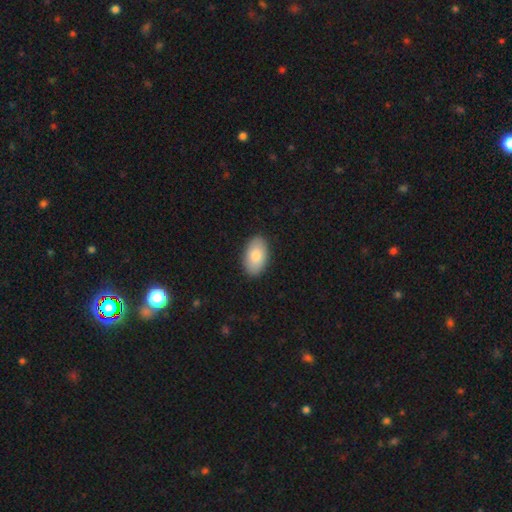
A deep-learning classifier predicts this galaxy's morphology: Overall: smooth (82%). How rounded: in between (94%). Merging: none (89%).